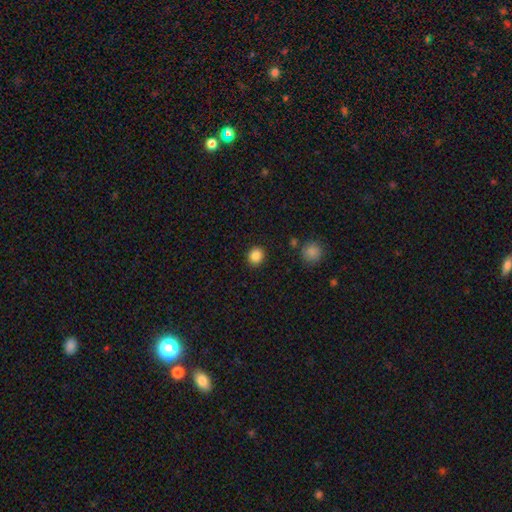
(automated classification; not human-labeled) This appears to be a smooth galaxy with no disk features (87%) that is round (77%). Merging: none (89%).